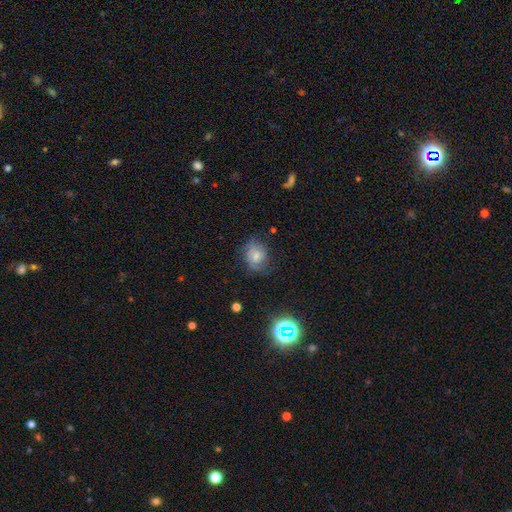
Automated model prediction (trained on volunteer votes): Smooth or featured?
  - smooth: 49% *
  - featured or disk: 38%
  - star or artifact: 14%
Merging?
  - none: 63% *
  - minor disturbance: 24%
  - major disturbance: 11%
  - merger: 2%